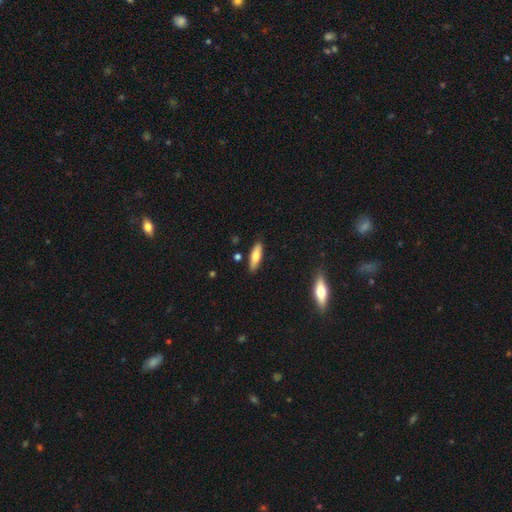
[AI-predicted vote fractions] smooth 75%, featured or disk 19%, star or artifact 6%. Down the decision tree: how rounded — cigar-shaped (56%); merging — none (86%).